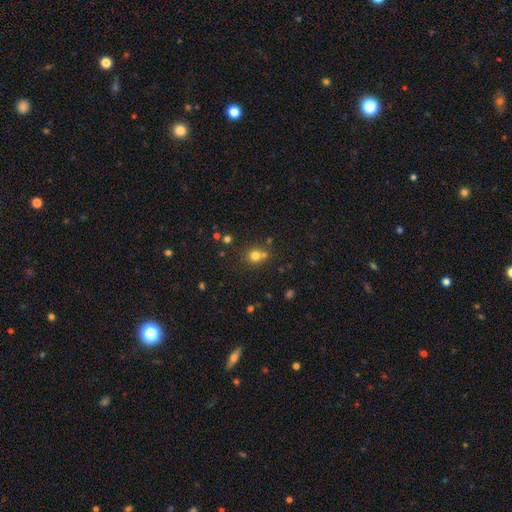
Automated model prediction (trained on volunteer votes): Morphology: type=smooth (74%); roundness=round (86%); merging=none (63%).